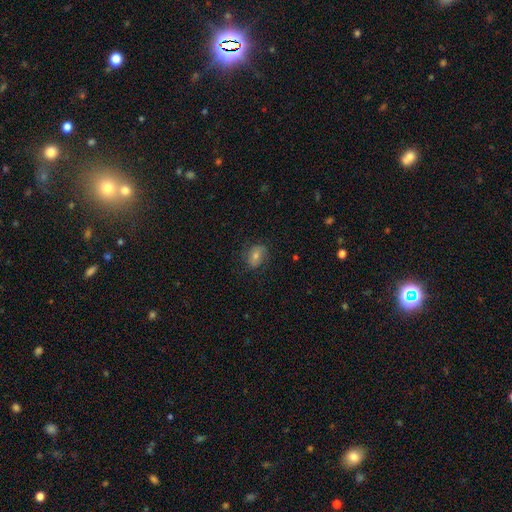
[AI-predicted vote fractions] smooth_or_featured: smooth (p=0.61) [alt: featured or disk p=0.30]
how_rounded: in between (p=0.66) [alt: round p=0.33]
merging: none (p=0.70) [alt: minor disturbance p=0.20]